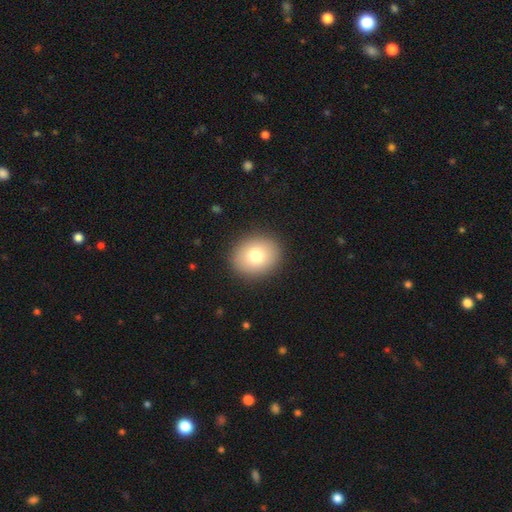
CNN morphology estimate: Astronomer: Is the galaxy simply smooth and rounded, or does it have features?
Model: smooth — 80%.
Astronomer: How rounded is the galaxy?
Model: round — 66%.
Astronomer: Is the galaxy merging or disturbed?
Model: none — 90%.